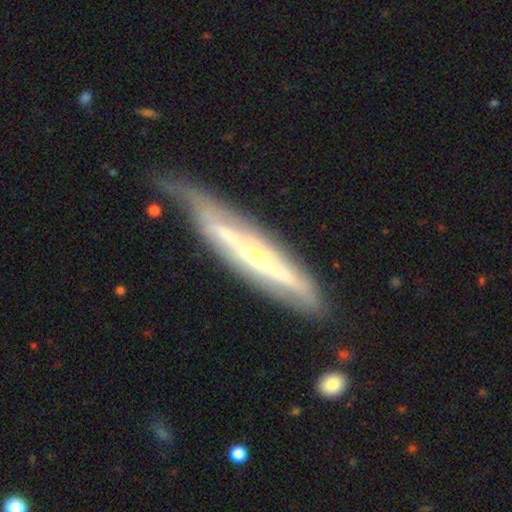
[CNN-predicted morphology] This is likely a featured or disk galaxy (72%). It is likely viewed edge-on (63%). Merging: possibly none (48%).